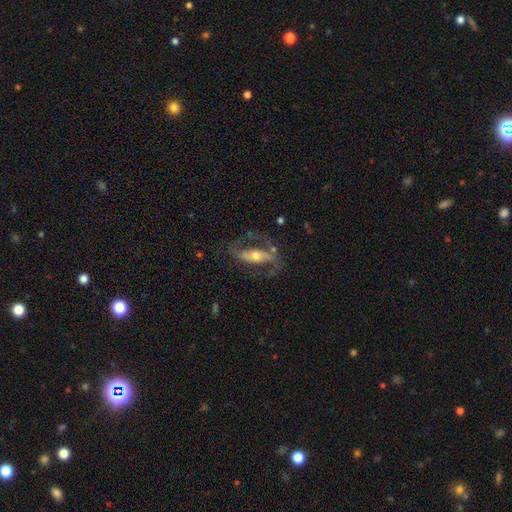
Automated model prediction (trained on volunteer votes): Overall: featured or disk (78%). Edge-on disk: no (87%). Bar: strong (47%; weak 26%). Spiral arms: yes (81%). Spiral arm count: 2 (87%). Spiral winding: medium (50%; loose 31%). Bulge size: moderate (58%; small 32%). Merging: none (65%).